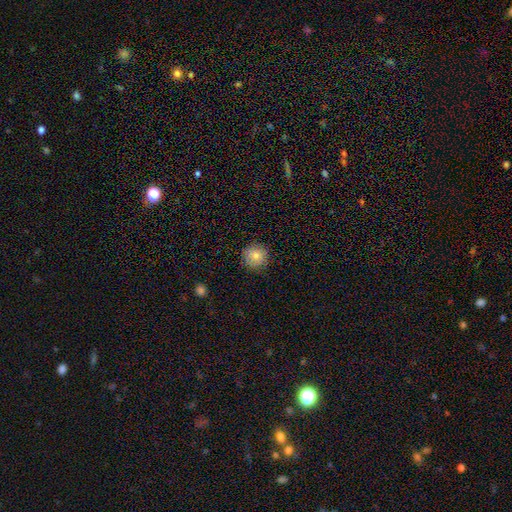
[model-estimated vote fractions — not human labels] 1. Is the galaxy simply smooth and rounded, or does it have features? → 78% smooth, 12% featured or disk, 10% star or artifact.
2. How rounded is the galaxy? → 95% round, 4% in between, 1% cigar-shaped.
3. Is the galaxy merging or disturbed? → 89% none, 8% minor disturbance, 2% major disturbance, 1% merger.